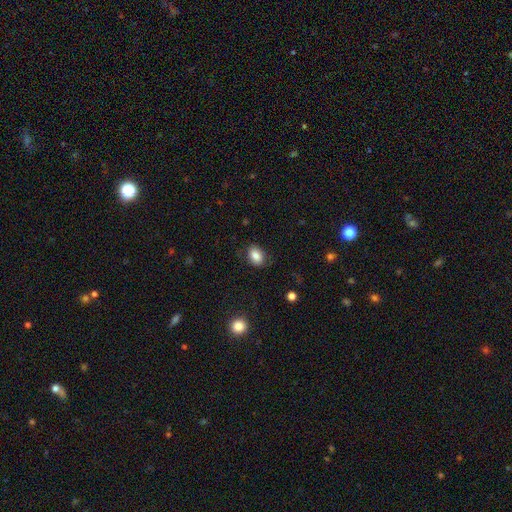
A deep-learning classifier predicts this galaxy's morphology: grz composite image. It shows a smooth galaxy with no disk features (84%) that is in between round and cigar-shaped (74%). Merging: none (81%).